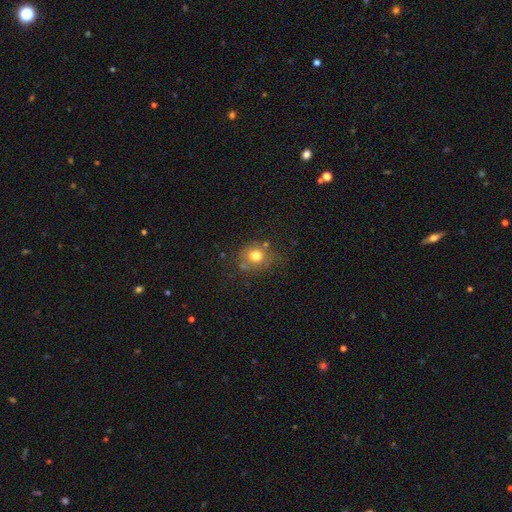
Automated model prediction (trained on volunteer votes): Q: Smooth or featured?
A: smooth (75%); runner-up: star or artifact (13%)
Q: How rounded?
A: round (77%); runner-up: in between (22%)
Q: Merging?
A: none (65%); runner-up: minor disturbance (19%)